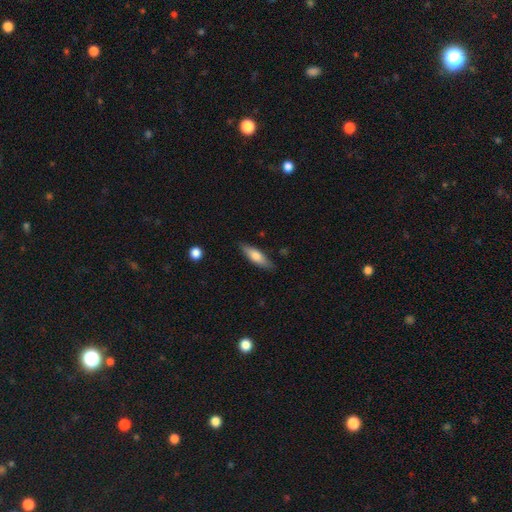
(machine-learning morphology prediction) A smooth galaxy with no disk features (66%) that is cigar-shaped (54%).

Vote fractions:
- Smooth or featured? smooth: 66% / featured or disk: 28% / star or artifact: 6%
- How rounded? cigar-shaped: 54% / in between: 44% / round: 2%
- Merging? none: 84% / minor disturbance: 12% / major disturbance: 2% / merger: 1%